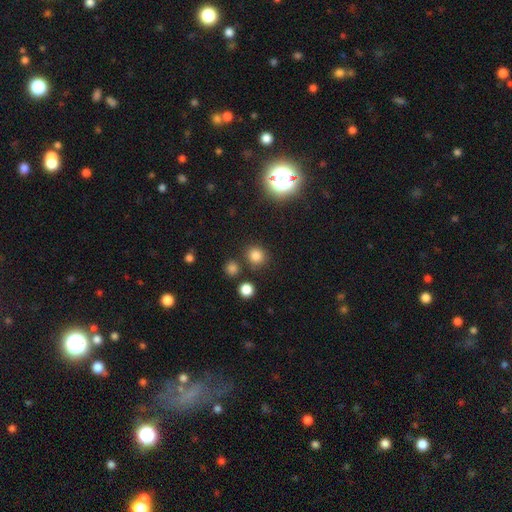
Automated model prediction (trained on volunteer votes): Smooth or featured? smooth (79%)
How rounded? round (88%)
Merging? none (82%)